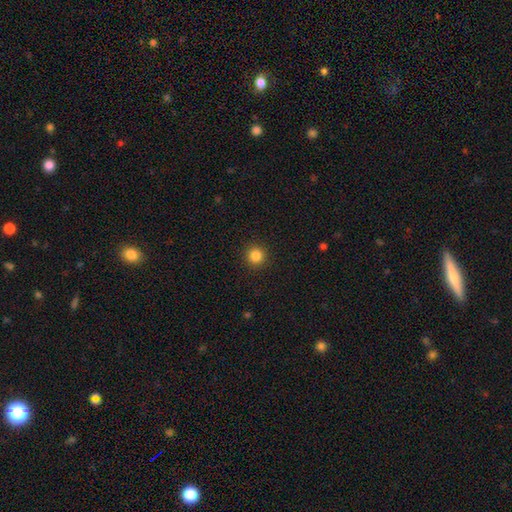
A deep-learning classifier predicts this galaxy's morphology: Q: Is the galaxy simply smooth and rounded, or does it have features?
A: smooth — 84%.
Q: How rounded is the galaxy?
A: round — 95%.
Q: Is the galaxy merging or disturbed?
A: none — 93%.